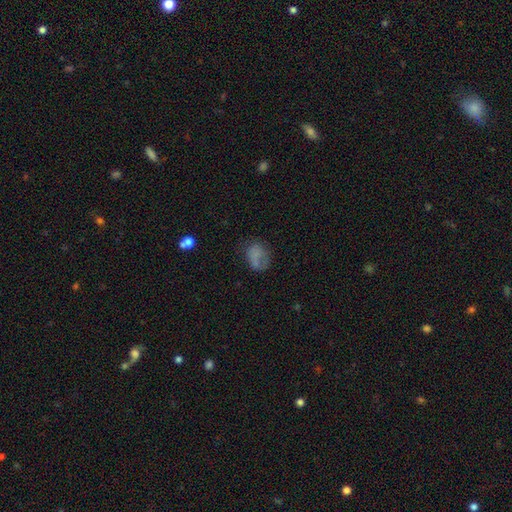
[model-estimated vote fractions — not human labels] Smooth or featured? Predicted: smooth (p=0.67). How rounded? Predicted: in between (p=0.63). Merging? Predicted: none (p=0.44).